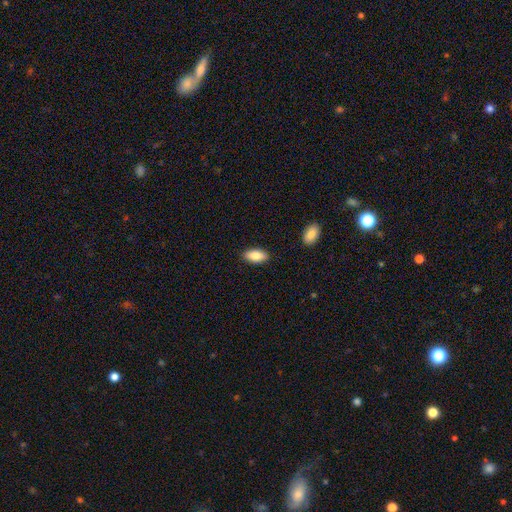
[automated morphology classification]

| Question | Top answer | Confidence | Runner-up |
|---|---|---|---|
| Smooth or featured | smooth | 85% | featured or disk (8%) |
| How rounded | in between | 89% | cigar-shaped (9%) |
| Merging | none | 88% | minor disturbance (8%) |